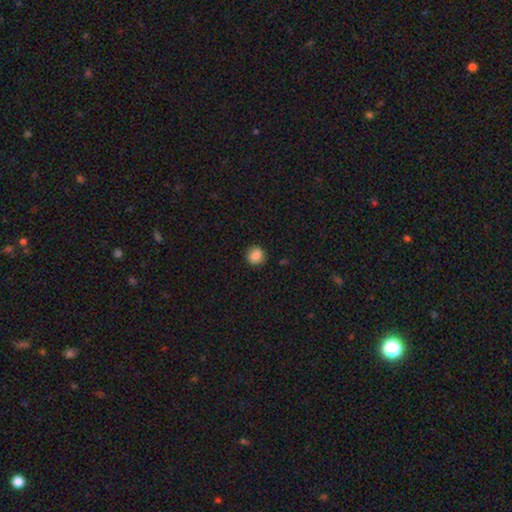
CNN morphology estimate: Smooth or featured? Predicted: smooth (p=0.86). How rounded? Predicted: round (p=0.89). Merging? Predicted: none (p=0.91).